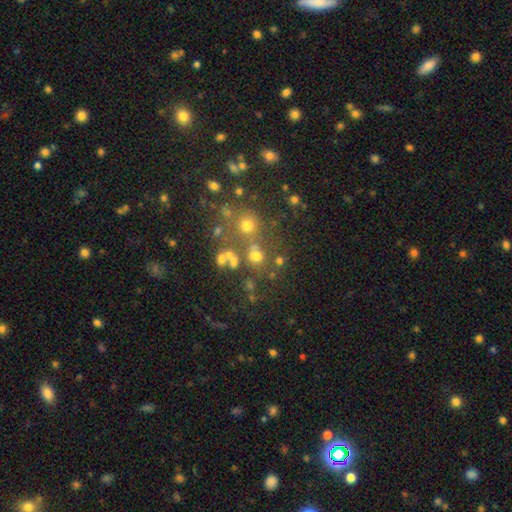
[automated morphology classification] This appears to be a smooth galaxy with no disk features (60%) that is round (80%). Merging: none (59%).